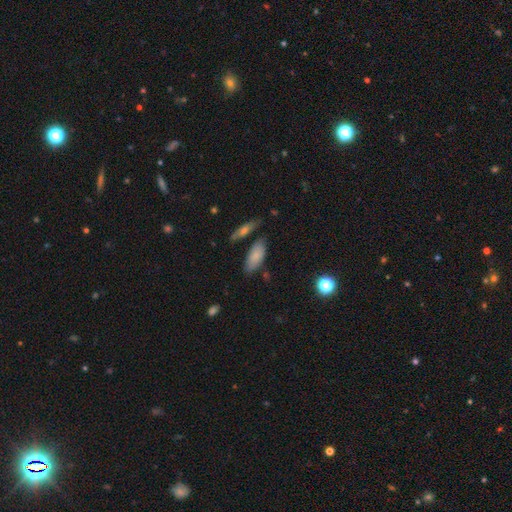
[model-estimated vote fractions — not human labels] Smooth or featured?
  - smooth: 81% *
  - featured or disk: 12%
  - star or artifact: 7%
How rounded?
  - in between: 86% *
  - cigar-shaped: 12%
  - round: 2%
Merging?
  - none: 69% *
  - minor disturbance: 19%
  - merger: 8%
  - major disturbance: 5%